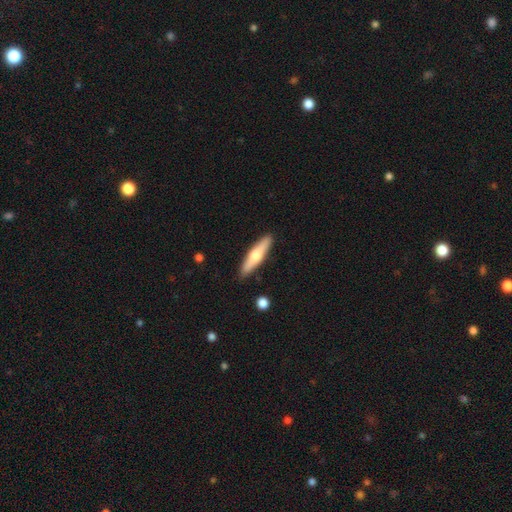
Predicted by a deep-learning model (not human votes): This appears to be a smooth galaxy with no disk features (51%) that is cigar-shaped (80%). Merging: none (89%).